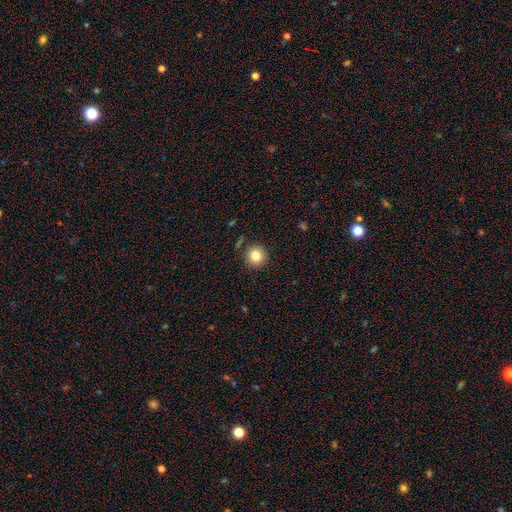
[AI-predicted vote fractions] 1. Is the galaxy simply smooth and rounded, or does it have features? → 83% smooth, 10% star or artifact, 7% featured or disk.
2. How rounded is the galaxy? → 94% round, 5% in between, 1% cigar-shaped.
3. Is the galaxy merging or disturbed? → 90% none, 6% minor disturbance, 2% major disturbance, 2% merger.